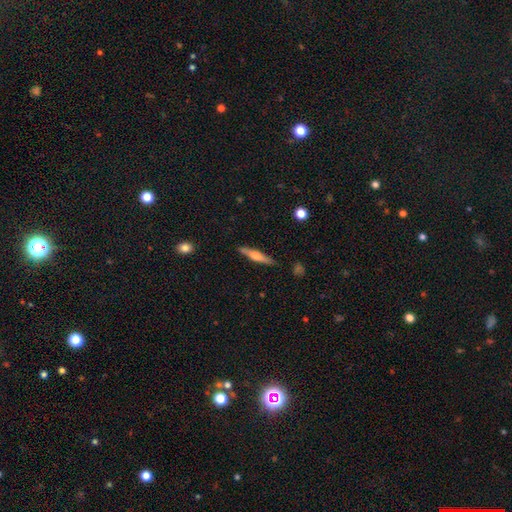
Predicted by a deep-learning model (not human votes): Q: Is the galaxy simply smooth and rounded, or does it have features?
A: featured or disk — 51%.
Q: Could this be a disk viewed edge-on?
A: yes — 95%.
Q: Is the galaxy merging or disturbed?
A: none — 88%.